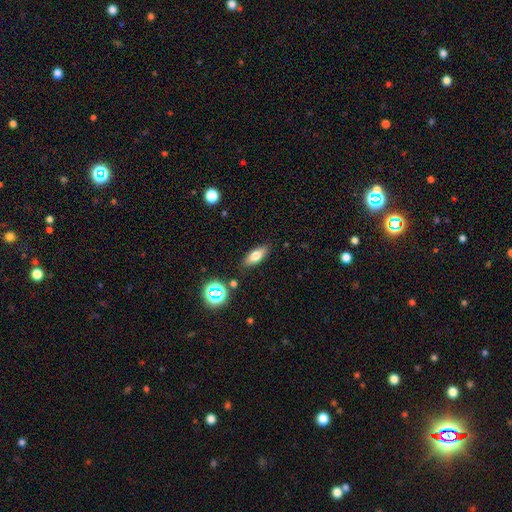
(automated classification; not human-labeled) Smooth or featured: smooth — 71% (featured or disk — 18%)
How rounded: in between — 72% (cigar-shaped — 23%)
Merging: none — 84% (minor disturbance — 11%)